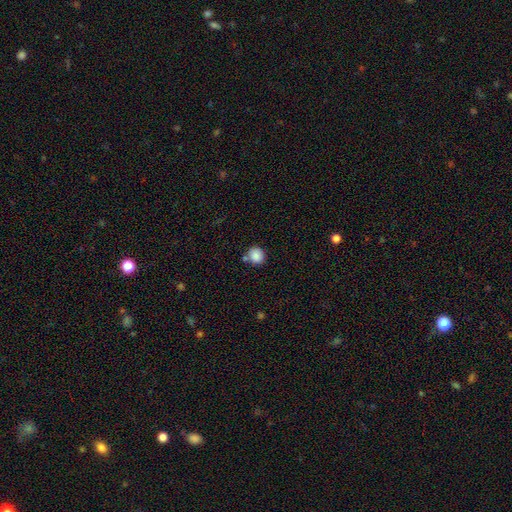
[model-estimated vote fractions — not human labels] Smooth or featured: smooth — 86% (star or artifact — 9%)
How rounded: round — 86% (in between — 13%)
Merging: none — 72% (merger — 14%)